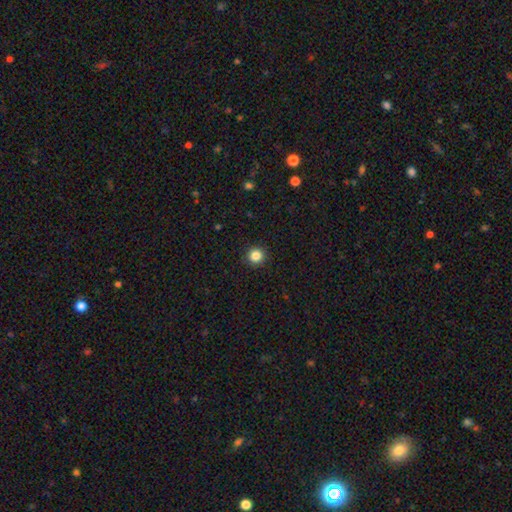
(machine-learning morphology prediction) Smooth or featured? Predicted: smooth (p=0.84). How rounded? Predicted: round (p=0.95). Merging? Predicted: none (p=0.93).